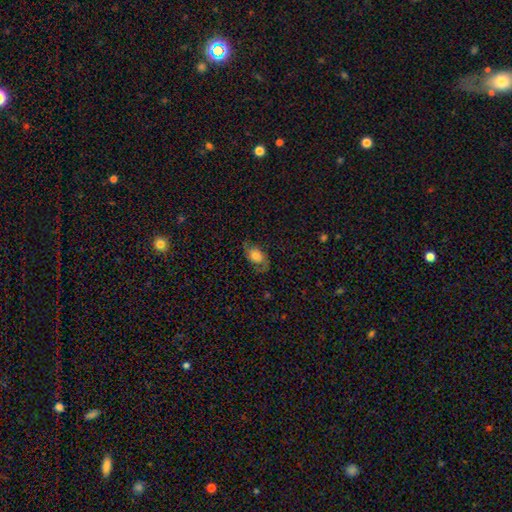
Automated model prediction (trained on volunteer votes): smooth-or-featured: featured or disk: 48% | smooth: 42% | star or artifact: 10%
  merging: none: 63% | minor disturbance: 21% | major disturbance: 14% | merger: 2%